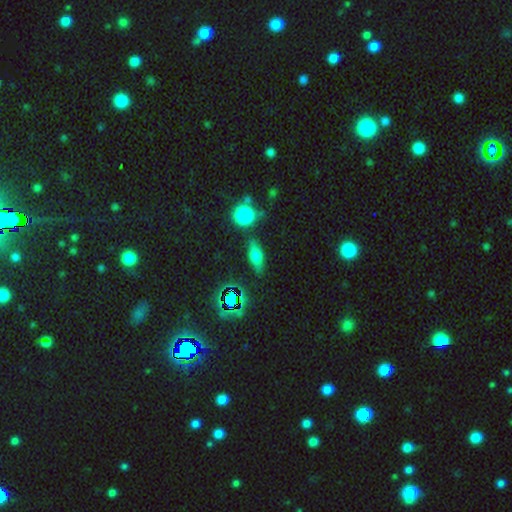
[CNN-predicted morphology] type=smooth (53%); roundness=in between (62%); merging=none (78%).